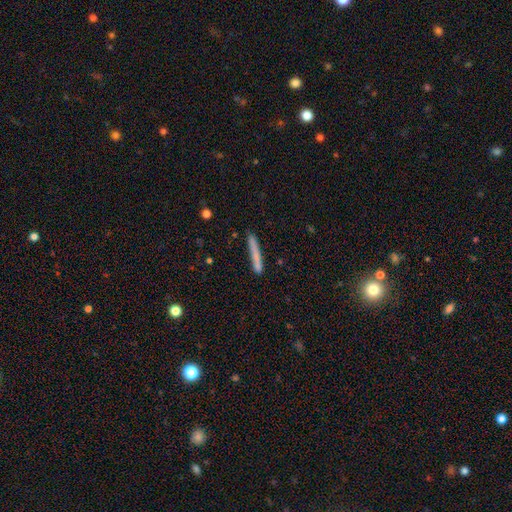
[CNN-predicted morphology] smooth_or_featured: smooth (p=0.70) [alt: featured or disk p=0.23]
how_rounded: cigar-shaped (p=0.96) [alt: in between p=0.02]
merging: none (p=0.81) [alt: minor disturbance p=0.13]